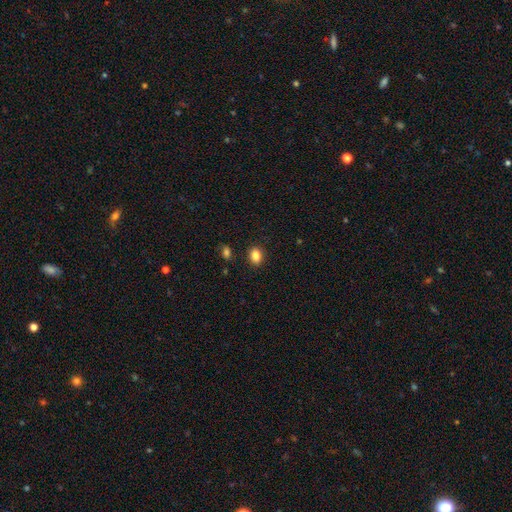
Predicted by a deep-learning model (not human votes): A smooth galaxy with no disk features (86%) that is in between round and cigar-shaped (67%).

Vote fractions:
- Smooth or featured? smooth: 86% / star or artifact: 10% / featured or disk: 4%
- How rounded? in between: 67% / round: 32% / cigar-shaped: 1%
- Merging? none: 88% / minor disturbance: 8% / major disturbance: 2% / merger: 2%